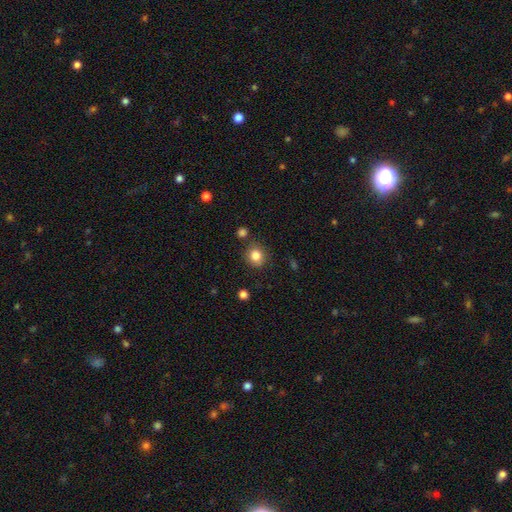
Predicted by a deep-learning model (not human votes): Q: Smooth or featured?
A: smooth (83%); runner-up: star or artifact (11%)
Q: How rounded?
A: round (81%); runner-up: in between (18%)
Q: Merging?
A: none (82%); runner-up: minor disturbance (11%)